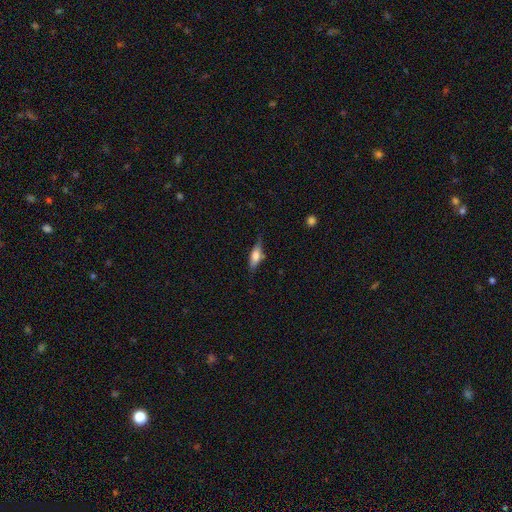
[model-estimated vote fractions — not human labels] smooth-or-featured: smooth: 54% | featured or disk: 38% | star or artifact: 7%
  how-rounded: in between: 54% | cigar-shaped: 42% | round: 3%
  merging: none: 70% | minor disturbance: 21% | major disturbance: 5% | merger: 3%